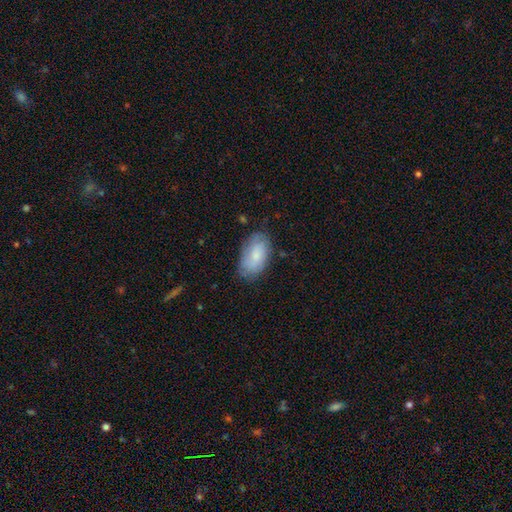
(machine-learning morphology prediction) A smooth galaxy with no disk features (62%) that is in between round and cigar-shaped (93%).

Vote fractions:
- Smooth or featured? smooth: 62% / featured or disk: 31% / star or artifact: 7%
- How rounded? in between: 93% / round: 4% / cigar-shaped: 2%
- Merging? none: 71% / minor disturbance: 22% / major disturbance: 6% / merger: 1%